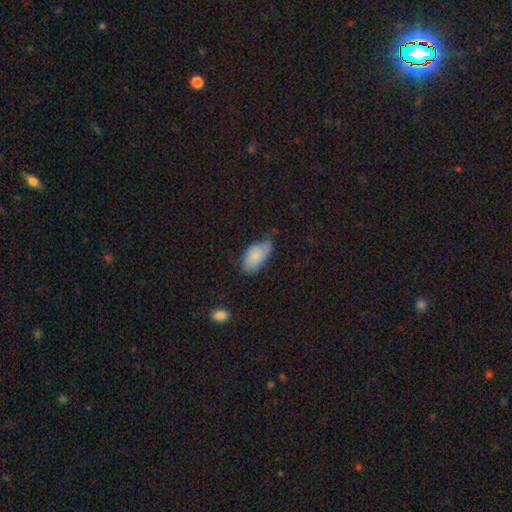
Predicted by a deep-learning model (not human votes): The model was most divided on "merging": none: 47%, minor disturbance: 40%, major disturbance: 10%, merger: 3%. More confident: how rounded — in between (94%); smooth or featured — smooth (81%).